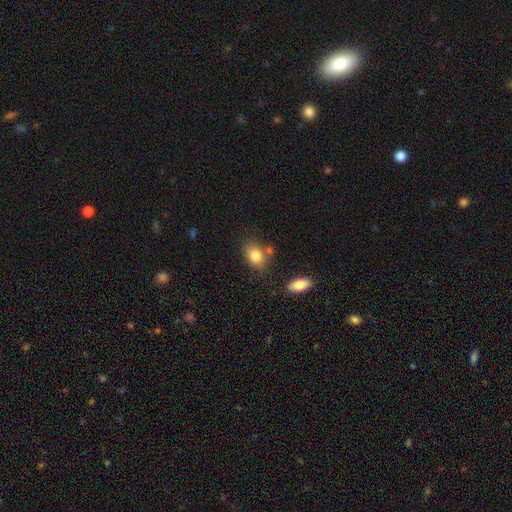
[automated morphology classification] smooth 82%, featured or disk 10%, star or artifact 8%. Down the decision tree: how rounded — in between (79%); merging — none (68%).